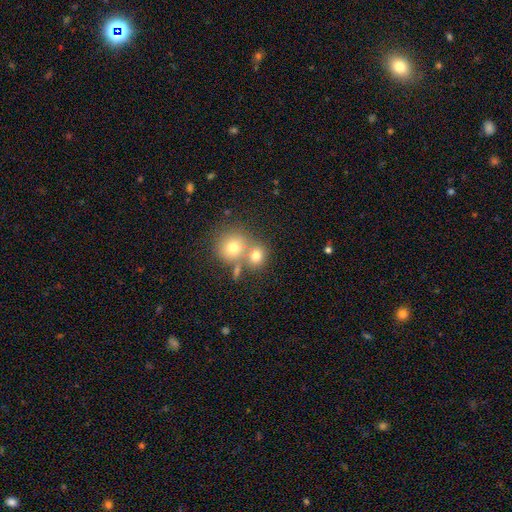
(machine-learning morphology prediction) Smooth or featured: smooth — 71% (featured or disk — 16%)
How rounded: round — 76% (in between — 23%)
Merging: merger — 47% (none — 41%)